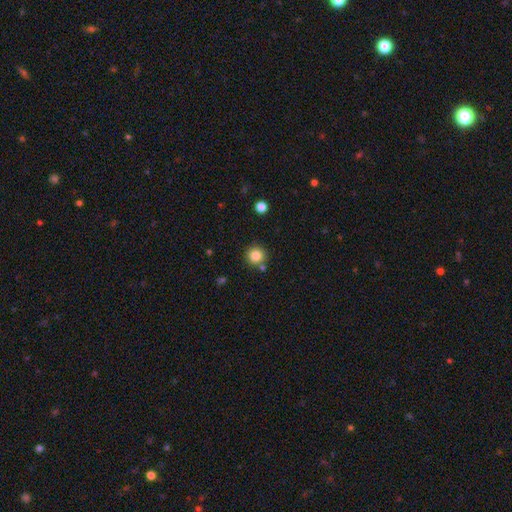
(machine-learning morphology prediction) Smooth or featured? Predicted: smooth (p=0.84). How rounded? Predicted: round (p=0.95). Merging? Predicted: none (p=0.82).